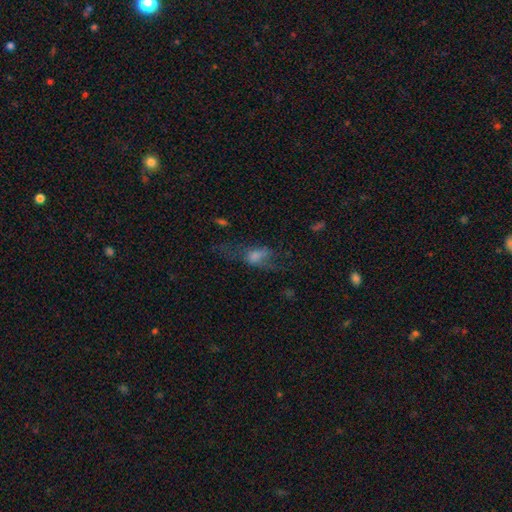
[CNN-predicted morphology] Overall: smooth (41%; featured or disk 40%). Merging: none (42%; major disturbance 35%).